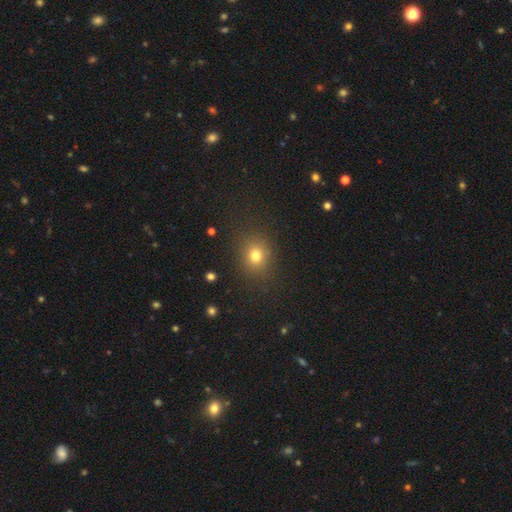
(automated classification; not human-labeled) Morphology: type=smooth (77%); roundness=round (72%); merging=none (85%).